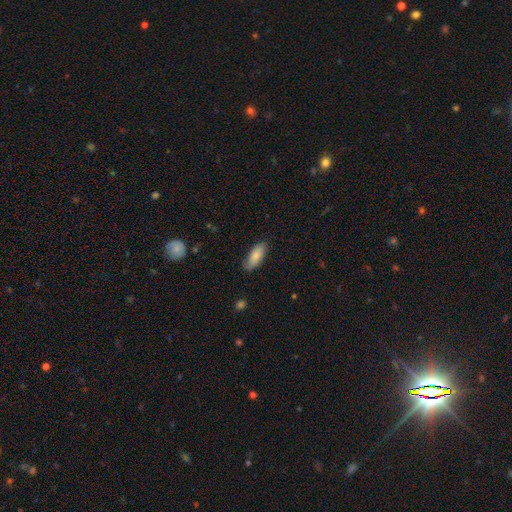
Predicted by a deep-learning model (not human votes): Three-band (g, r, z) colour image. It shows a smooth galaxy with no disk features (82%) that is in between round and cigar-shaped (79%). Merging: none (79%).